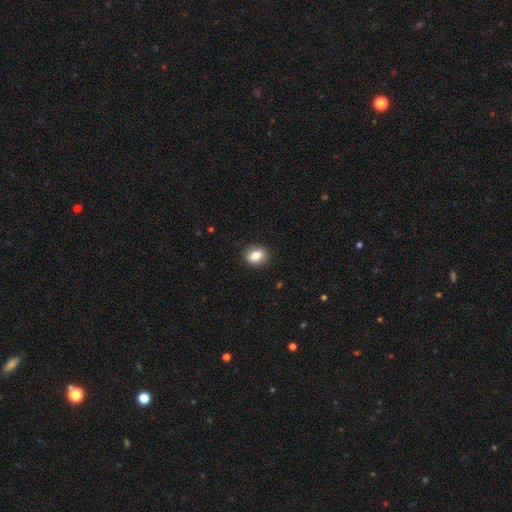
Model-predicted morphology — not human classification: smooth-or-featured: smooth: 82% | featured or disk: 9% | star or artifact: 8%
  how-rounded: in between: 60% | round: 38% | cigar-shaped: 2%
  merging: none: 87% | minor disturbance: 10% | major disturbance: 2% | merger: 1%